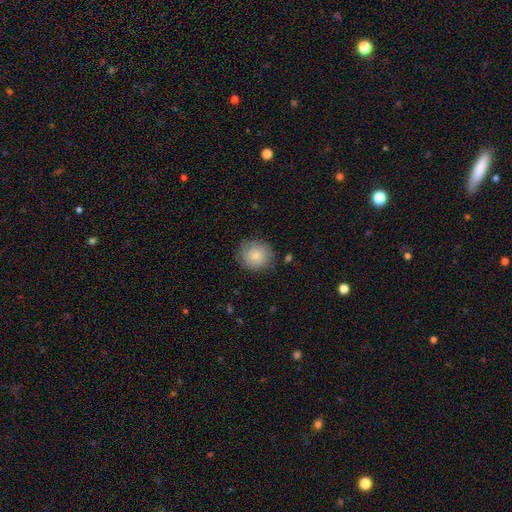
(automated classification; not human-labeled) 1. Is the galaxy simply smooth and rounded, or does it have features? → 73% smooth, 19% featured or disk, 7% star or artifact.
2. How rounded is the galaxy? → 88% round, 11% in between, 1% cigar-shaped.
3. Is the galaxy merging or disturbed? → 74% none, 19% minor disturbance, 5% major disturbance, 1% merger.